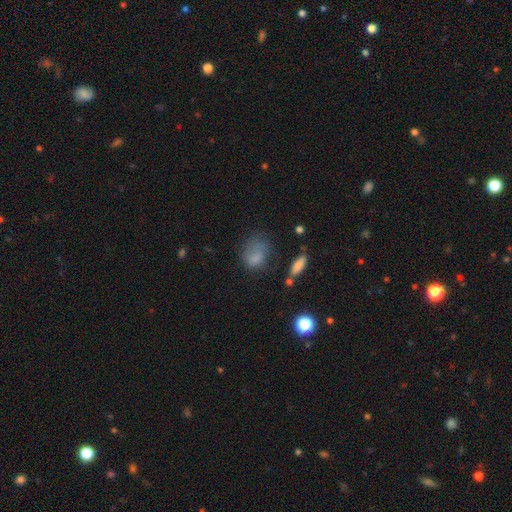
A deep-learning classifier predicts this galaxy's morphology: smooth-or-featured: smooth: 72% | featured or disk: 15% | star or artifact: 13%
  how-rounded: in between: 63% | round: 35% | cigar-shaped: 3%
  merging: none: 40% | minor disturbance: 29% | major disturbance: 25% | merger: 5%